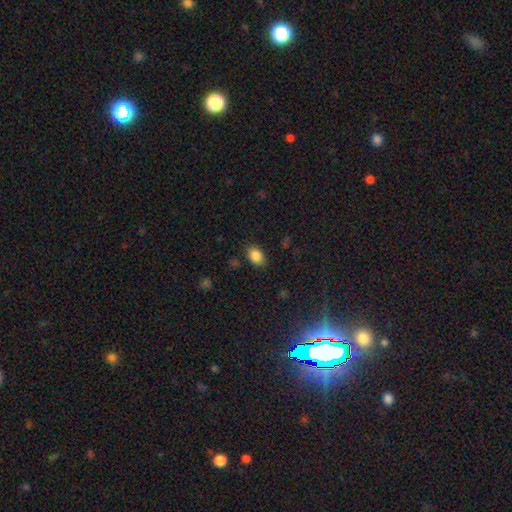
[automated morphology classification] Smooth or featured?
  - smooth: 86% *
  - star or artifact: 9%
  - featured or disk: 5%
How rounded?
  - in between: 75% *
  - round: 23%
  - cigar-shaped: 1%
Merging?
  - none: 82% *
  - minor disturbance: 13%
  - major disturbance: 3%
  - merger: 2%